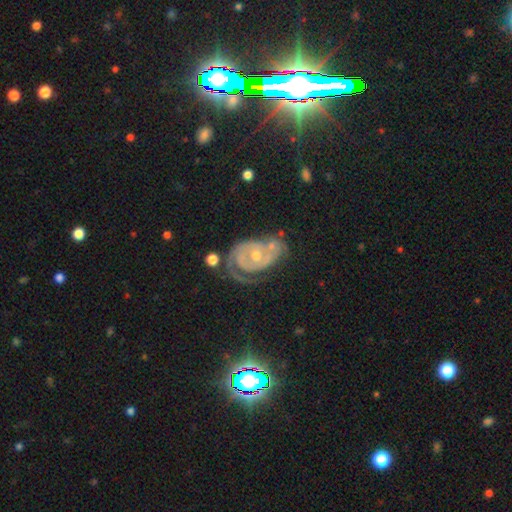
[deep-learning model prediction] This appears to be a featured or disk galaxy (83%) with no bar (73%), 2 (42%) tight (65%) spiral arms (90%) and a moderate central bulge (56%). Merging: none (46%).